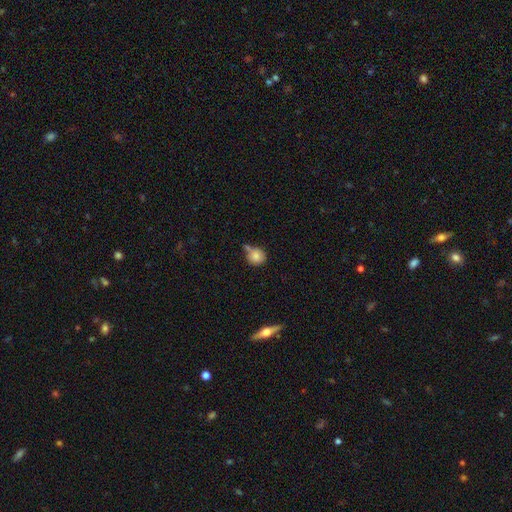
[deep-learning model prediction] Morphology: type=smooth (81%); roundness=round (88%); merging=none (52%).